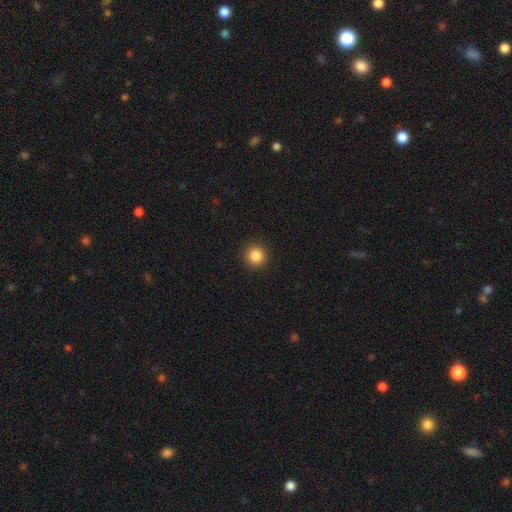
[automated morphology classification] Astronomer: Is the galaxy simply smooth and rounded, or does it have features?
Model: smooth — 86%.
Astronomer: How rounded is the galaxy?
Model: round — 93%.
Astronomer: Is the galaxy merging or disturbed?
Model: none — 92%.